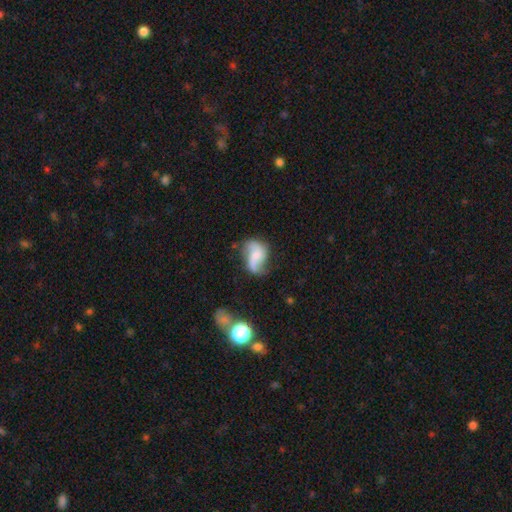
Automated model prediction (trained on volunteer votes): A featured or disk galaxy (64%) with no bar (58%), 2 (82%) loose (68%) spiral arms (89%) and a small central bulge (38%).

Vote fractions:
- Smooth or featured? featured or disk: 64% / smooth: 28% / star or artifact: 8%
- Edge-on disk? no: 97% / yes: 3%
- Bar? no: 58% / weak: 33% / strong: 9%
- Spiral arms? yes: 89% / no: 11%
- Spiral winding? loose: 68% / medium: 25% / tight: 7%
- Spiral arm count? 2: 82% / 1: 7% / can't tell: 6% / 3: 3% / 4: 1% / more than 4: 1%
- Bulge size? small: 38% / moderate: 28% / none: 27% / large: 6% / dominant: 2%
- Merging? none: 50% / minor disturbance: 27% / major disturbance: 18% / merger: 5%